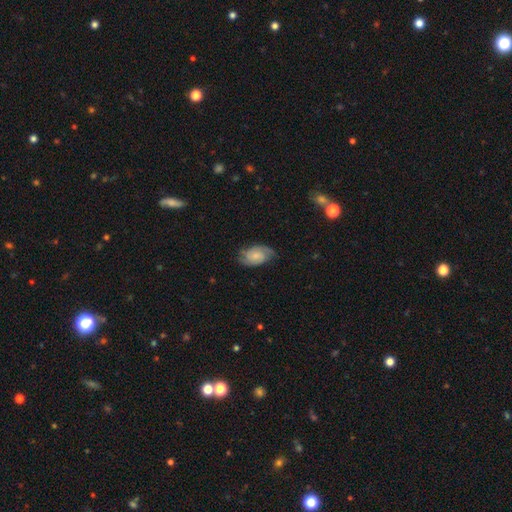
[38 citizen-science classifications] Overall: featured or disk (68%; smooth 29%). Edge-on disk: no (100%). Bar: no (73%). Spiral arms: yes (100%). Spiral arm count: 2 (92%). Spiral winding: medium (54%; tight 35%). Bulge size: small (46%; moderate 31%). Merging: none (65%; minor disturbance 27%).